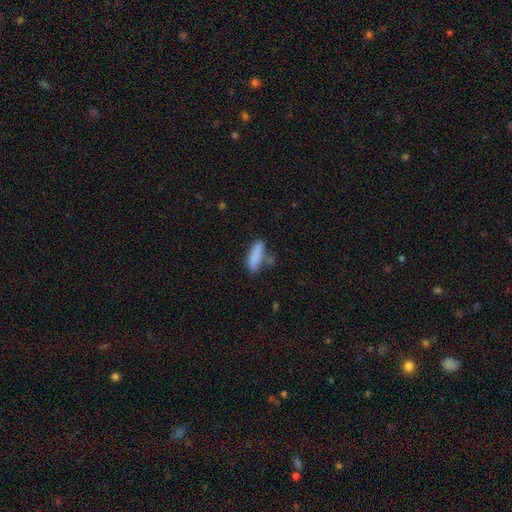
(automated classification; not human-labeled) Morphology: type=smooth (84%); roundness=cigar-shaped (57%); merging=none (64%).